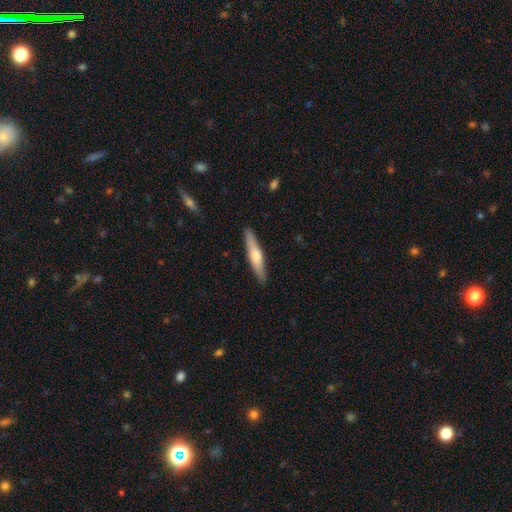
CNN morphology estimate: Smooth or featured? Predicted: smooth (p=0.49). Merging? Predicted: none (p=0.90).